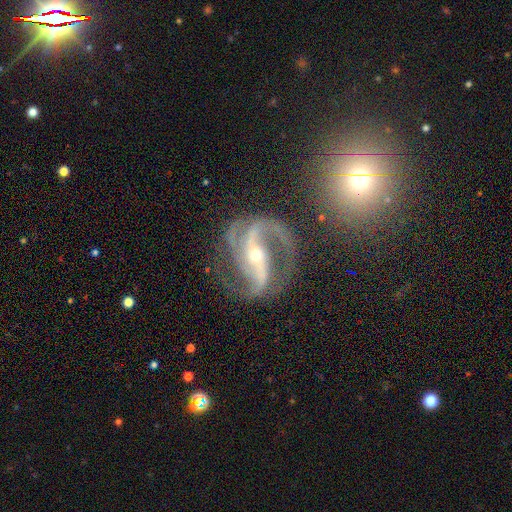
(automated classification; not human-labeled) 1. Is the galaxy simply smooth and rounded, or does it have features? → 92% featured or disk, 5% star or artifact, 2% smooth.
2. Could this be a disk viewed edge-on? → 97% no, 3% yes.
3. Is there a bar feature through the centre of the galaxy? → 59% strong, 23% weak, 17% no.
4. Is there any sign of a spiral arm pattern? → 98% yes, 2% no.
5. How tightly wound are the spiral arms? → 55% medium, 29% loose, 16% tight.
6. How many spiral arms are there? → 69% 2, 19% 3, 4% can't tell, 3% 4, 3% 1, 3% more than 4.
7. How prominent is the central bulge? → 63% small, 34% moderate, 1% large, 1% none, 1% dominant.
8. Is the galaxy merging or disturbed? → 67% none, 16% minor disturbance, 13% major disturbance, 4% merger.